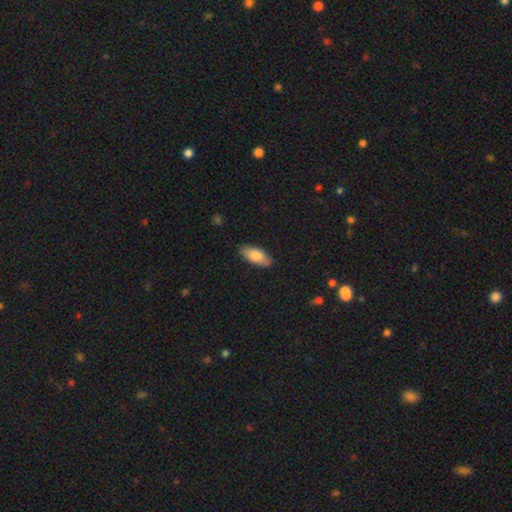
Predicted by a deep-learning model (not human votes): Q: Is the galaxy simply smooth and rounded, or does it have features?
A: smooth — 81%.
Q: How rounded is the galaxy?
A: in between — 85%.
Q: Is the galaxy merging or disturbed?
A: none — 85%.